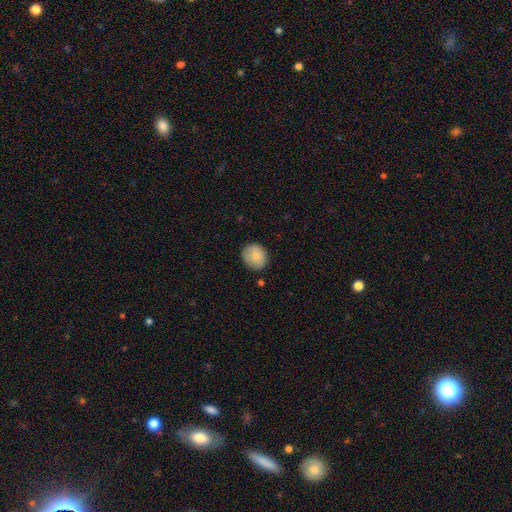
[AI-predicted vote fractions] Smooth or featured?
  - smooth: 85% *
  - featured or disk: 8%
  - star or artifact: 7%
How rounded?
  - round: 76% *
  - in between: 23%
  - cigar-shaped: 1%
Merging?
  - none: 83% *
  - minor disturbance: 12%
  - major disturbance: 2%
  - merger: 2%